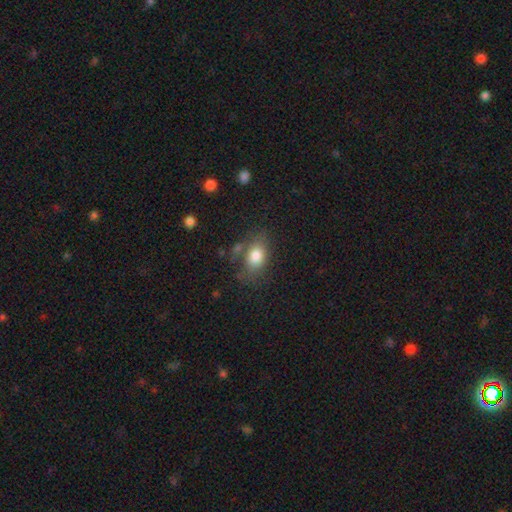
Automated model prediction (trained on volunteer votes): This is likely a smooth galaxy (79%). How rounded: likely in between (79%). Merging: likely none (60%).